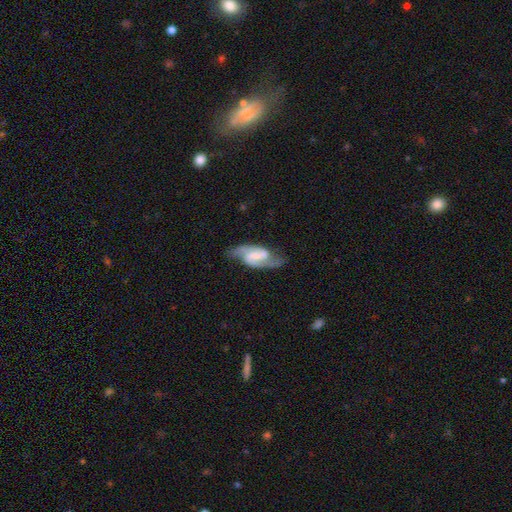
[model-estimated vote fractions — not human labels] Smooth or featured?
  - featured or disk: 87% *
  - smooth: 8%
  - star or artifact: 5%
Edge-on disk?
  - no: 96% *
  - yes: 4%
Bar?
  - weak: 49% *
  - strong: 32%
  - no: 18%
Spiral arms?
  - yes: 97% *
  - no: 3%
Spiral winding?
  - medium: 57% *
  - loose: 24%
  - tight: 19%
Spiral arm count?
  - 2: 93% *
  - can't tell: 3%
  - 3: 1%
  - 1: 1%
  - 4: 1%
  - more than 4: 1%
Bulge size?
  - small: 47% *
  - moderate: 29%
  - none: 19%
  - large: 3%
  - dominant: 1%
Merging?
  - none: 77% *
  - minor disturbance: 16%
  - major disturbance: 5%
  - merger: 2%